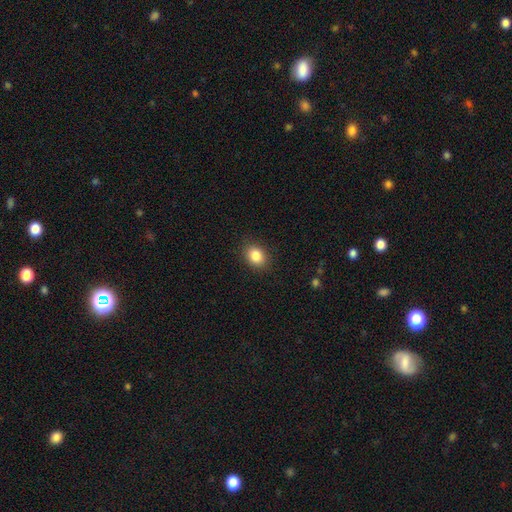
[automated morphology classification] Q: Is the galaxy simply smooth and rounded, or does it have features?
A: smooth — 85%.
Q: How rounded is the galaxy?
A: in between — 53%.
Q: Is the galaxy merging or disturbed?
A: none — 89%.